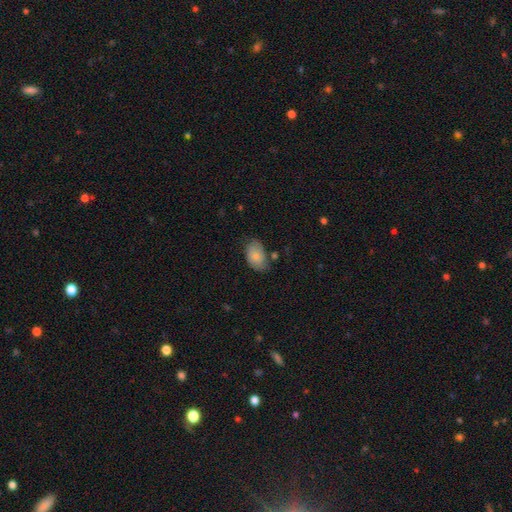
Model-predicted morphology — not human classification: smooth-or-featured: smooth: 76% | featured or disk: 17% | star or artifact: 7%
  how-rounded: in between: 90% | round: 9% | cigar-shaped: 1%
  merging: none: 59% | minor disturbance: 28% | major disturbance: 7% | merger: 5%